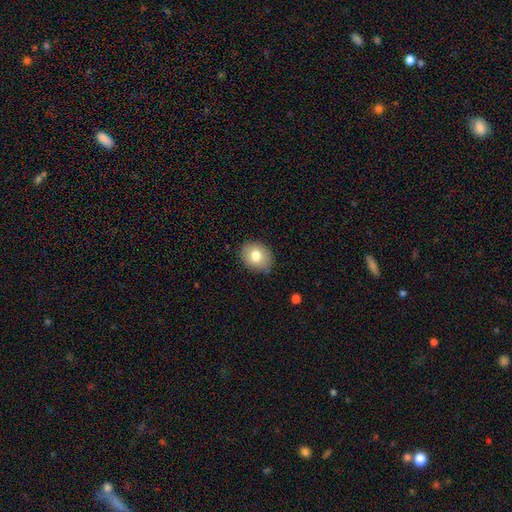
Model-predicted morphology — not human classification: This is likely a smooth galaxy (77%). How rounded: possibly in between (54%). Merging: clearly none (83%).